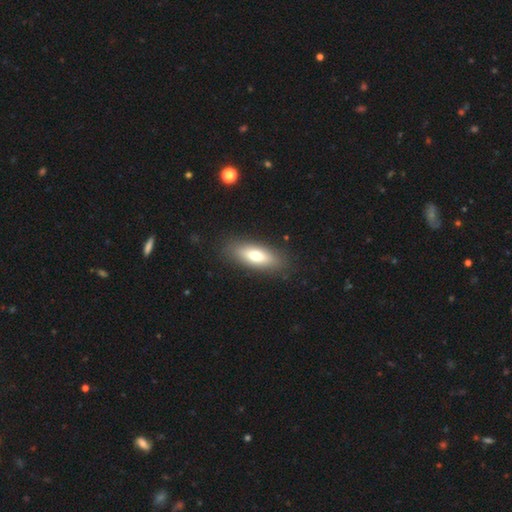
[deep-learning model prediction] smooth-or-featured: smooth: 72% | featured or disk: 21% | star or artifact: 7%
  how-rounded: in between: 70% | cigar-shaped: 27% | round: 3%
  merging: none: 86% | minor disturbance: 10% | major disturbance: 3% | merger: 1%